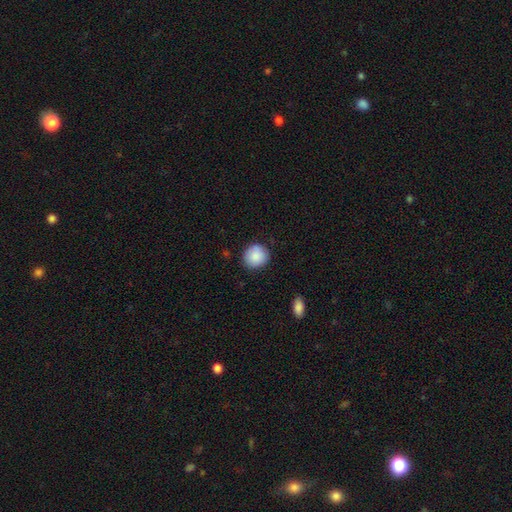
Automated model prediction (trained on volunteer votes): Smooth or featured?
  - smooth: 88% *
  - star or artifact: 7%
  - featured or disk: 5%
How rounded?
  - round: 86% *
  - in between: 13%
  - cigar-shaped: 1%
Merging?
  - none: 86% *
  - minor disturbance: 11%
  - major disturbance: 2%
  - merger: 1%